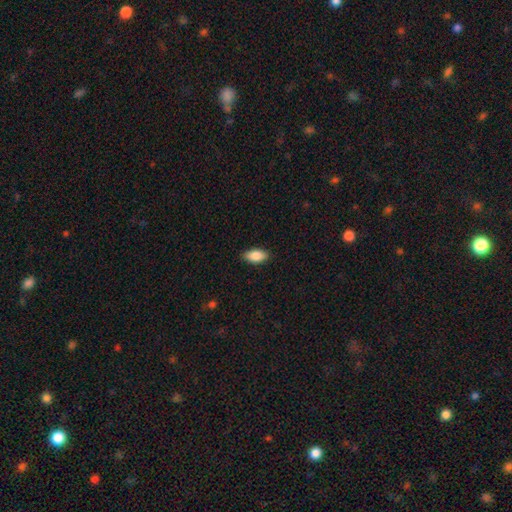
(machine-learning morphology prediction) Smooth or featured? smooth (86%)
How rounded? in between (92%)
Merging? none (88%)